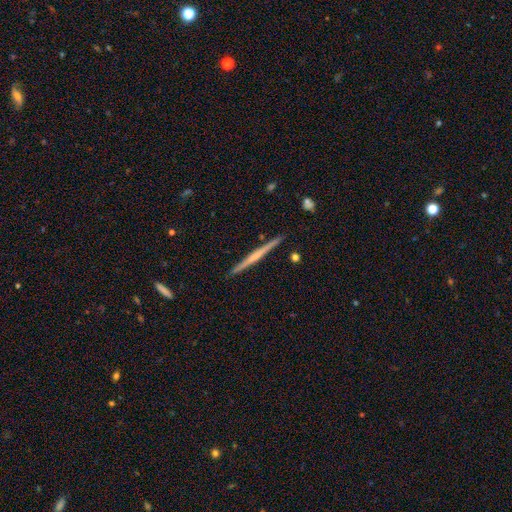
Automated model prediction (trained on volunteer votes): Smooth or featured: featured or disk — 63% (smooth — 32%)
Edge-on disk: yes — 98% (no — 2%)
Edge-on bulge: none — 63% (rounded — 27%)
Merging: none — 92% (minor disturbance — 6%)